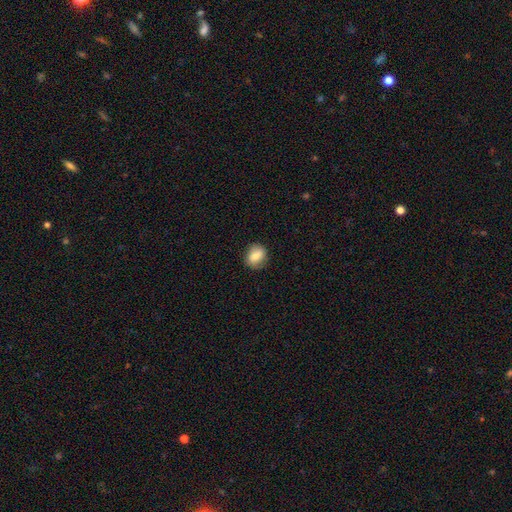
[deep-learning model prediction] Smooth or featured: smooth — 78% (featured or disk — 14%)
How rounded: round — 50% (in between — 49%)
Merging: none — 82% (minor disturbance — 14%)